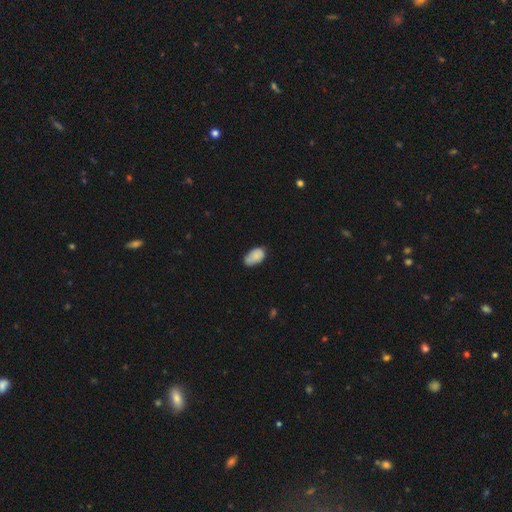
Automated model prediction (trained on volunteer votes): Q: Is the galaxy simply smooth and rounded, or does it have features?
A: smooth — 84%.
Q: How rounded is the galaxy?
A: in between — 93%.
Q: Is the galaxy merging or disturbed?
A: none — 62%.